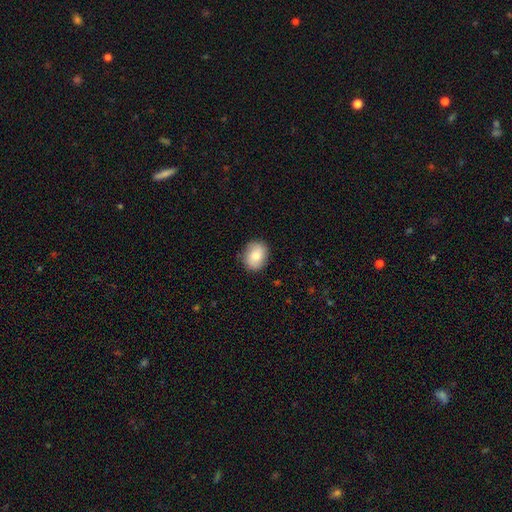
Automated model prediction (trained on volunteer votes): Q: Smooth or featured?
A: smooth (79%); runner-up: featured or disk (13%)
Q: How rounded?
A: round (51%); runner-up: in between (48%)
Q: Merging?
A: none (84%); runner-up: minor disturbance (12%)